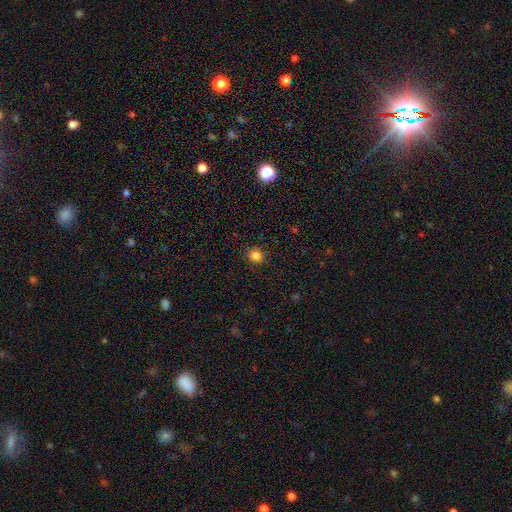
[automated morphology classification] A smooth galaxy with no disk features (83%) that is round (86%). Merging: none (90%).